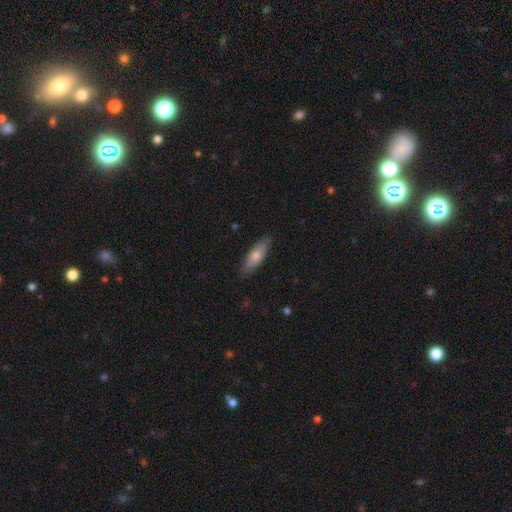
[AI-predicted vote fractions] Q: Smooth or featured?
A: smooth (66%); runner-up: featured or disk (28%)
Q: How rounded?
A: in between (54%); runner-up: cigar-shaped (44%)
Q: Merging?
A: none (86%); runner-up: minor disturbance (11%)